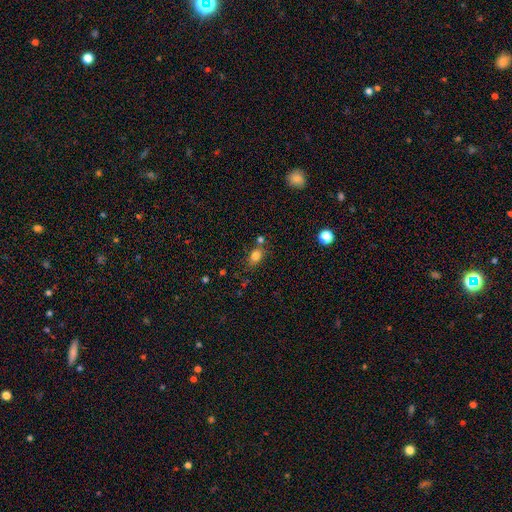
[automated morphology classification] A smooth galaxy with no disk features (81%) that is in between round and cigar-shaped (68%).

Vote fractions:
- Smooth or featured? smooth: 81% / star or artifact: 12% / featured or disk: 8%
- How rounded? in between: 68% / round: 30% / cigar-shaped: 2%
- Merging? none: 64% / minor disturbance: 17% / merger: 14% / major disturbance: 5%